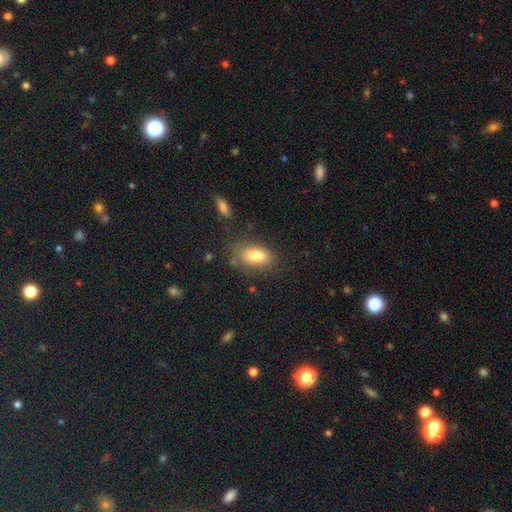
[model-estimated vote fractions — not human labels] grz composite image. It shows a smooth galaxy with no disk features (82%) that is in between round and cigar-shaped (87%). Merging: none (68%).